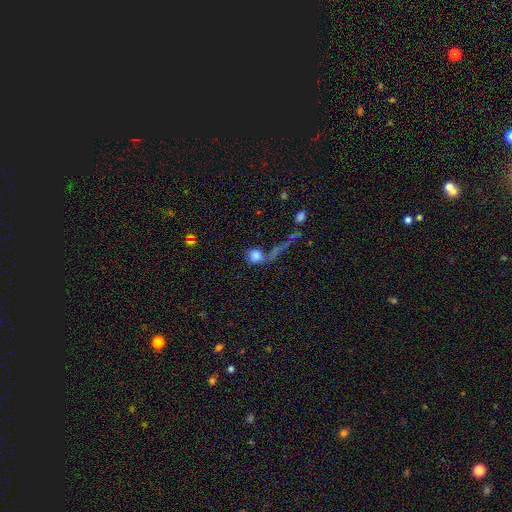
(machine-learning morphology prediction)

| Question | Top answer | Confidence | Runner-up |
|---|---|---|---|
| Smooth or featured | smooth | 75% | star or artifact (12%) |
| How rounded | round | 82% | in between (15%) |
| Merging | none | 43% | merger (25%) |